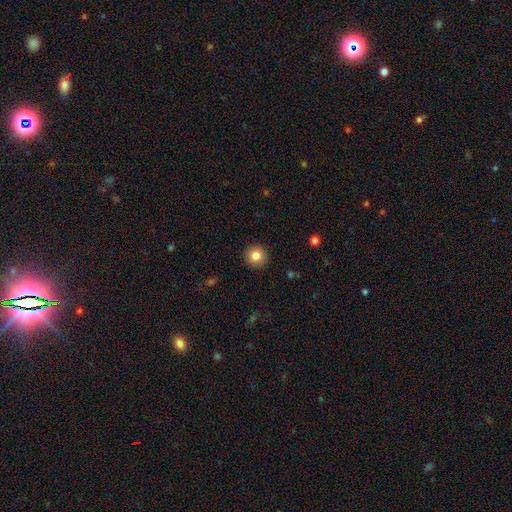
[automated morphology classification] Smooth or featured: smooth — 83% (star or artifact — 10%)
How rounded: round — 95% (in between — 4%)
Merging: none — 92% (minor disturbance — 5%)